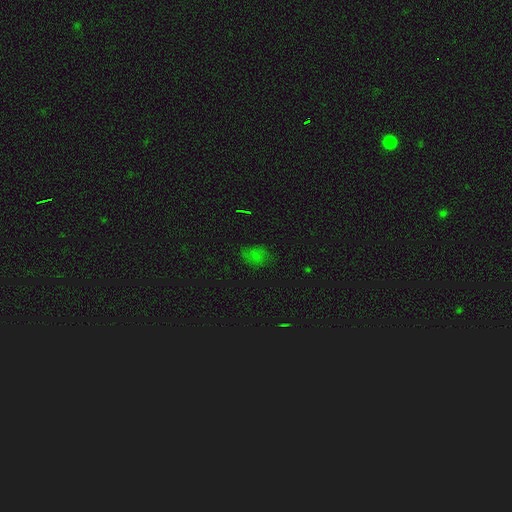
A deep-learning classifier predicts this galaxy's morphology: Smooth or featured?
  - smooth: 64% *
  - star or artifact: 24%
  - featured or disk: 12%
How rounded?
  - in between: 67% *
  - round: 31%
  - cigar-shaped: 2%
Merging?
  - none: 64% *
  - minor disturbance: 25%
  - major disturbance: 9%
  - merger: 2%